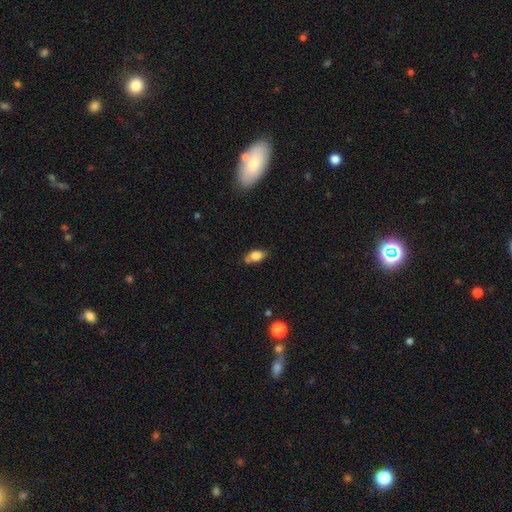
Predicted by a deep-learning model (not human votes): Q: Smooth or featured?
A: smooth (77%); runner-up: featured or disk (14%)
Q: How rounded?
A: in between (85%); runner-up: round (9%)
Q: Merging?
A: none (63%); runner-up: minor disturbance (24%)